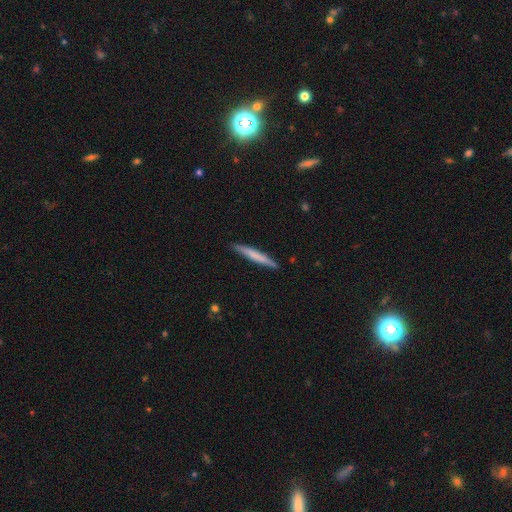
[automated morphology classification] Smooth or featured? smooth (62%)
How rounded? cigar-shaped (96%)
Merging? none (90%)